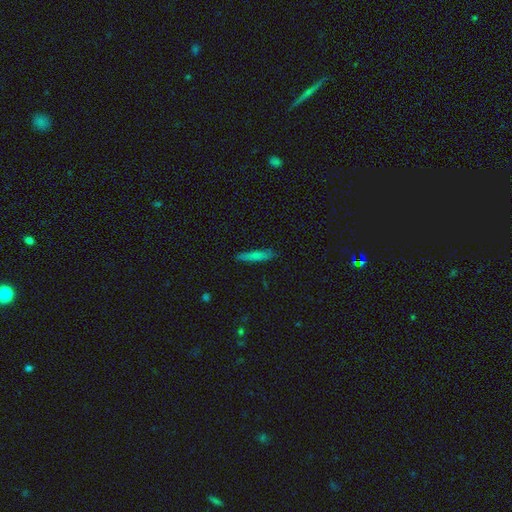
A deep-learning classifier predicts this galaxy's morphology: Overall: smooth (76%). How rounded: cigar-shaped (88%). Merging: none (84%).